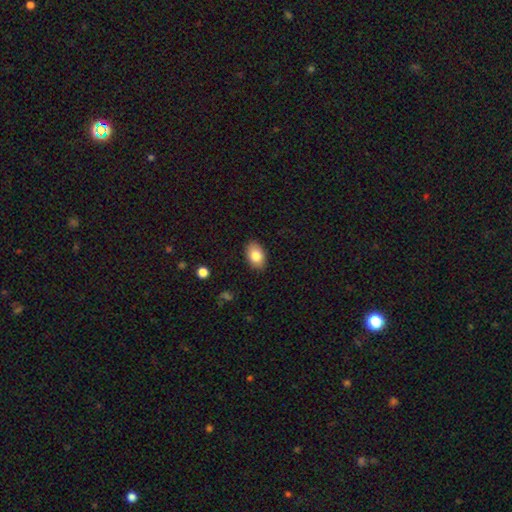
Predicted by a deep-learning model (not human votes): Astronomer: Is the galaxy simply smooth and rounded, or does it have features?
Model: smooth — 82%.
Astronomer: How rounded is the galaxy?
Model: in between — 88%.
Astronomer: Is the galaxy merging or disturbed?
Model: none — 88%.